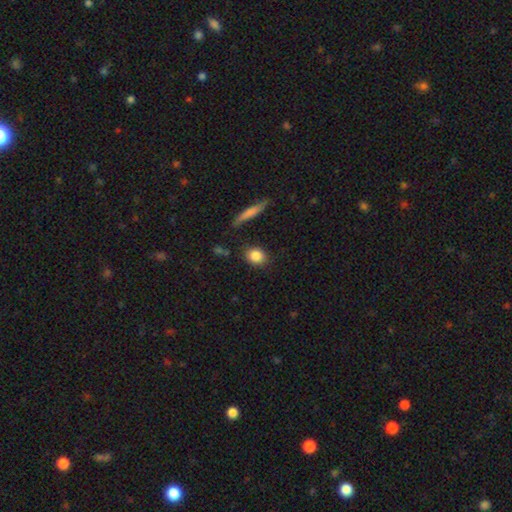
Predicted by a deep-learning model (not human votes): The model was most divided on "how rounded": round: 61%, in between: 36%, cigar-shaped: 4%. More confident: smooth or featured — smooth (85%); merging — none (82%).